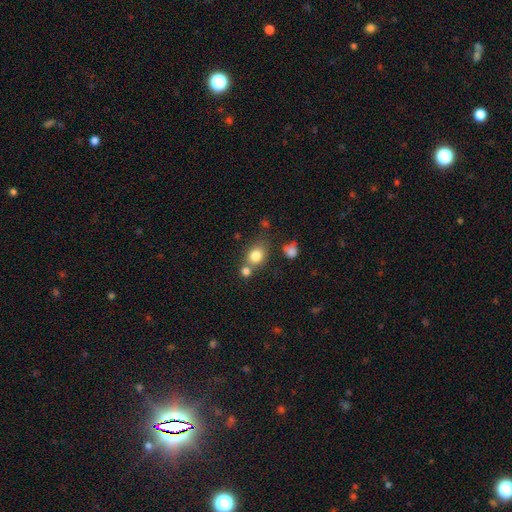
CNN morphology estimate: smooth 80%, star or artifact 11%, featured or disk 9%. Down the decision tree: how rounded — round (61%); merging — none (55%).